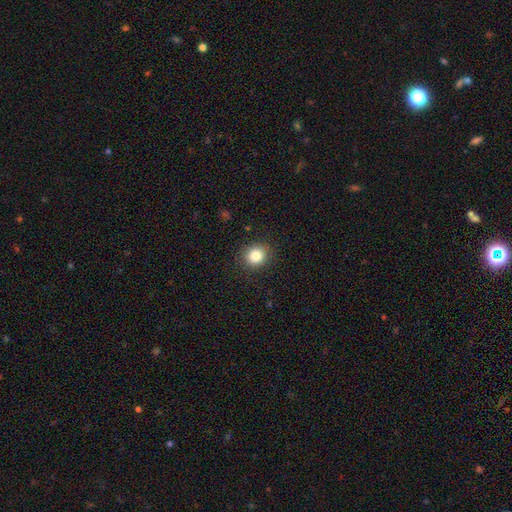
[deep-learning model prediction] smooth_or_featured: smooth (p=0.84) [alt: star or artifact p=0.11]
how_rounded: round (p=0.82) [alt: in between p=0.17]
merging: none (p=0.89) [alt: minor disturbance p=0.07]